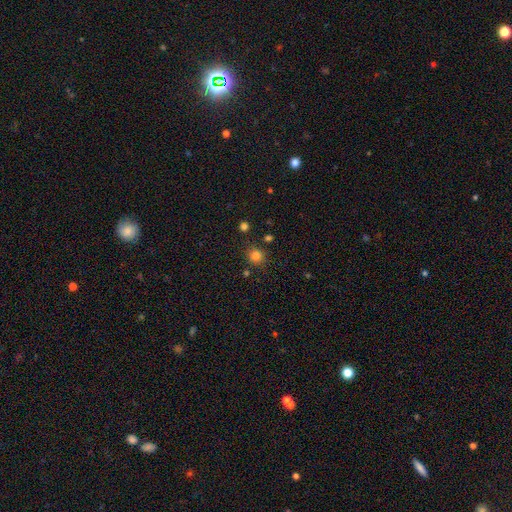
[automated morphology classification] This appears to be a smooth galaxy with no disk features (80%) that is round (90%). Merging: none (84%).